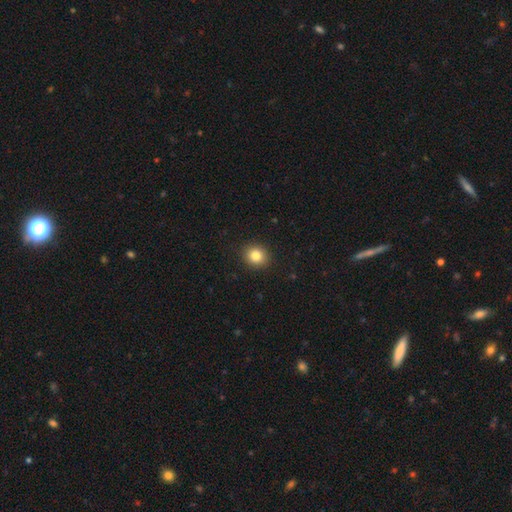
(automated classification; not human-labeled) smooth_or_featured: smooth (p=0.83) [alt: star or artifact p=0.10]
how_rounded: round (p=0.77) [alt: in between p=0.22]
merging: none (p=0.91) [alt: minor disturbance p=0.06]